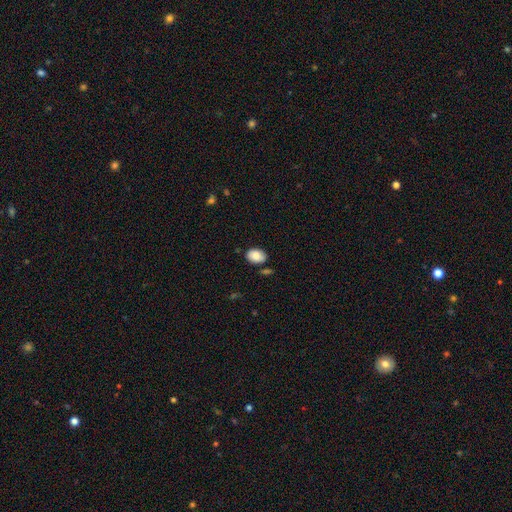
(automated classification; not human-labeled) A smooth galaxy with no disk features (88%) that is in between round and cigar-shaped (78%). Merging: none (77%).